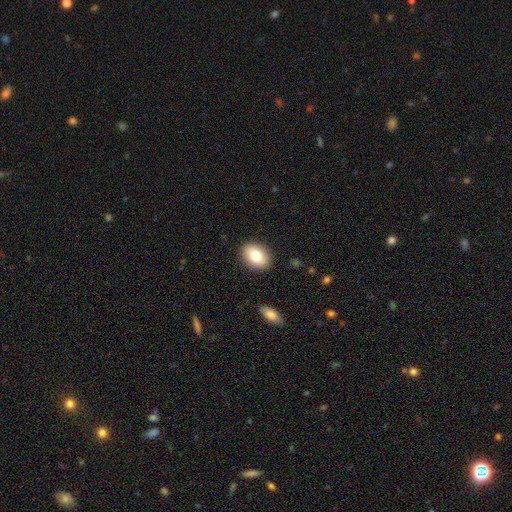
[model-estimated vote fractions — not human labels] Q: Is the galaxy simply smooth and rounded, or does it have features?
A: smooth — 80%.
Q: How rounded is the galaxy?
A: in between — 77%.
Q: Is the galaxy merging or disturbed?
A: none — 88%.